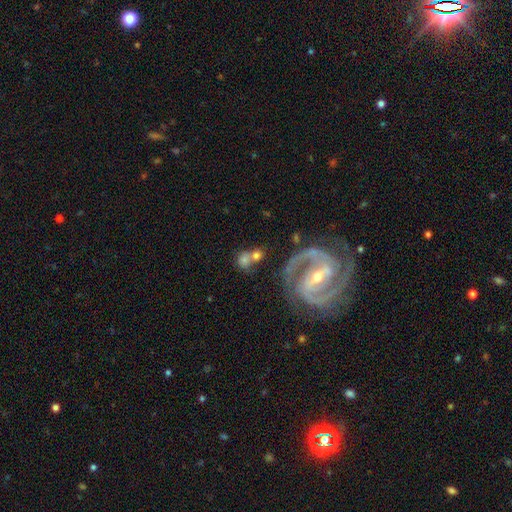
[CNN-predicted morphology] Smooth or featured: smooth — 49% (featured or disk — 40%)
Merging: none — 45% (merger — 31%)